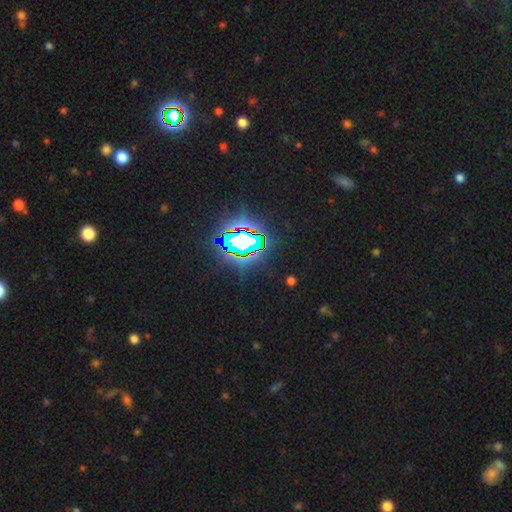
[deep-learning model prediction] star or artifact 84%, smooth 10%, featured or disk 7%.